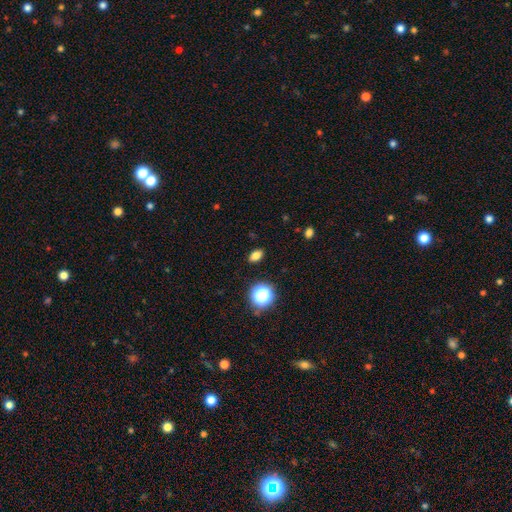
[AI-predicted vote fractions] Morphology: type=smooth (78%); roundness=in between (81%); merging=none (89%).